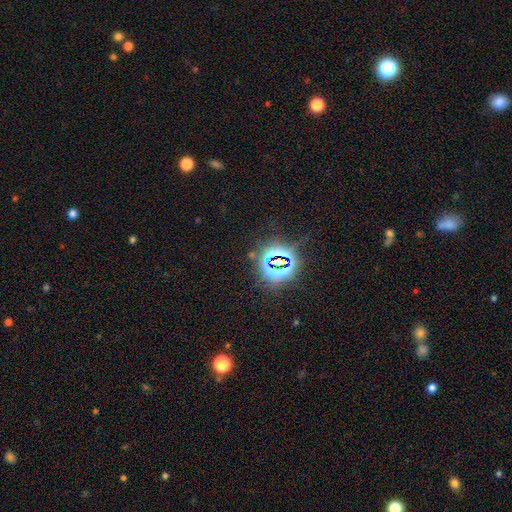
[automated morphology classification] This is clearly a star or artifact rather than a galaxy (80%).